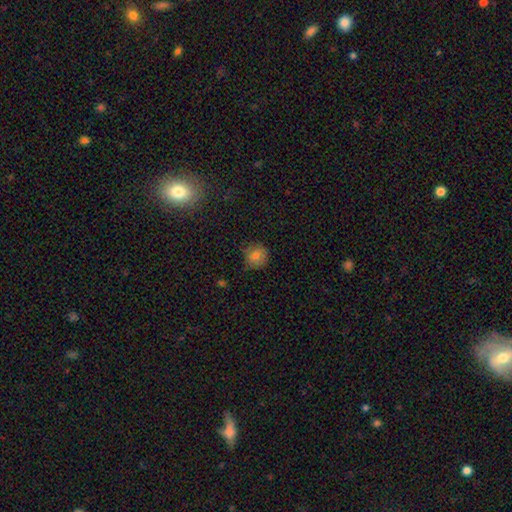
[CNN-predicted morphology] Smooth or featured?
  - smooth: 80% *
  - star or artifact: 11%
  - featured or disk: 9%
How rounded?
  - round: 91% *
  - in between: 8%
  - cigar-shaped: 1%
Merging?
  - none: 79% *
  - minor disturbance: 17%
  - major disturbance: 3%
  - merger: 1%